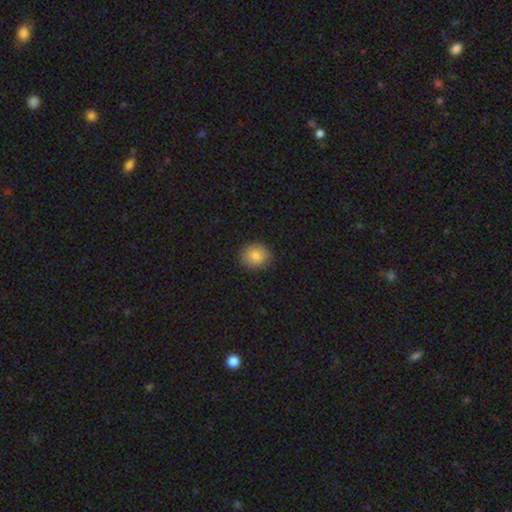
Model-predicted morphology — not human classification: This appears to be a smooth galaxy with no disk features (83%) that is round (74%). Merging: none (88%).